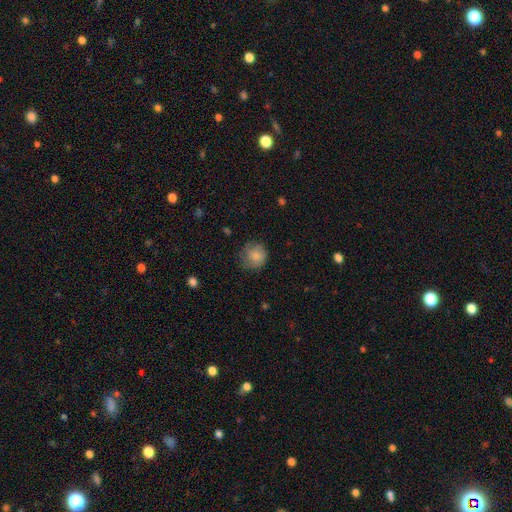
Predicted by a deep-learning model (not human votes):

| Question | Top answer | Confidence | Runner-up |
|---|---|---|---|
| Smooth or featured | smooth | 81% | featured or disk (11%) |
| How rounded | round | 89% | in between (10%) |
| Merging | none | 69% | minor disturbance (22%) |